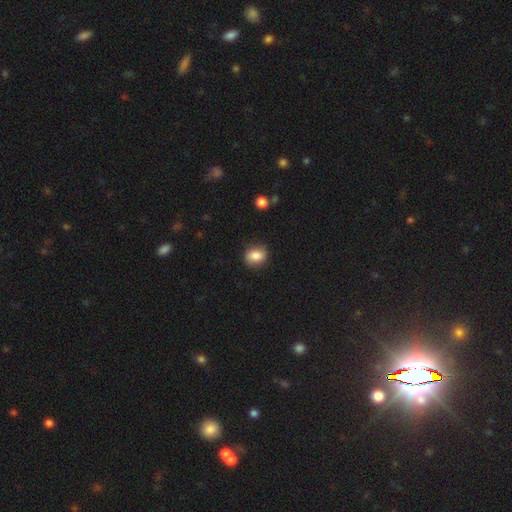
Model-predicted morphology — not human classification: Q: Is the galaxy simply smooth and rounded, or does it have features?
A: smooth — 84%.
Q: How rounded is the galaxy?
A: round — 50%.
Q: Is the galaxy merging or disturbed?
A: none — 85%.